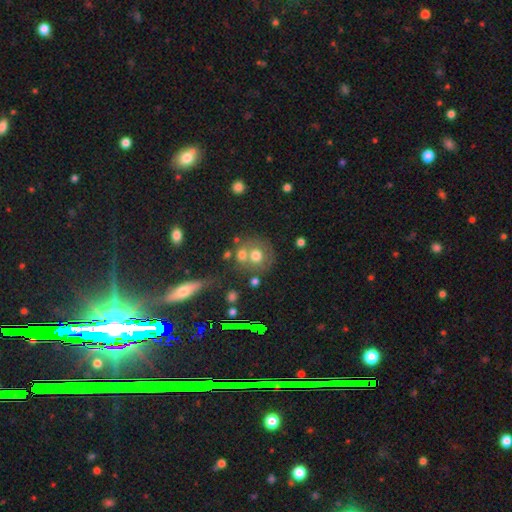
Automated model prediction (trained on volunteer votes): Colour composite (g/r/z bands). It shows a smooth galaxy with no disk features (64%) that is round (81%). Merging: none (46%).